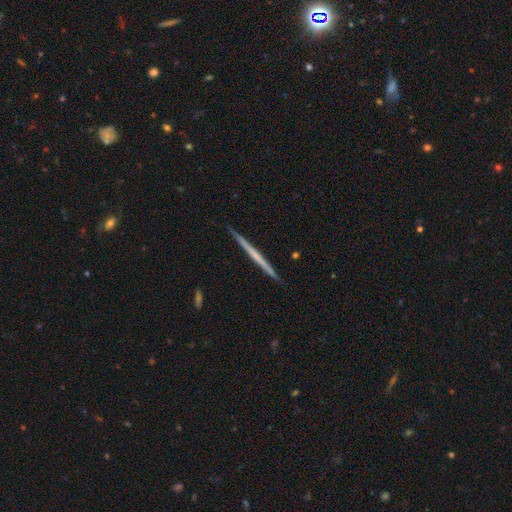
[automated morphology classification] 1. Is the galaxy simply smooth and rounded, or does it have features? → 59% featured or disk, 36% smooth, 5% star or artifact.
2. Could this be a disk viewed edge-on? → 98% yes, 2% no.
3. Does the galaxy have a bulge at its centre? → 88% none, 8% rounded, 4% boxy.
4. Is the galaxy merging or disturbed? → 92% none, 6% minor disturbance, 1% major disturbance, 1% merger.